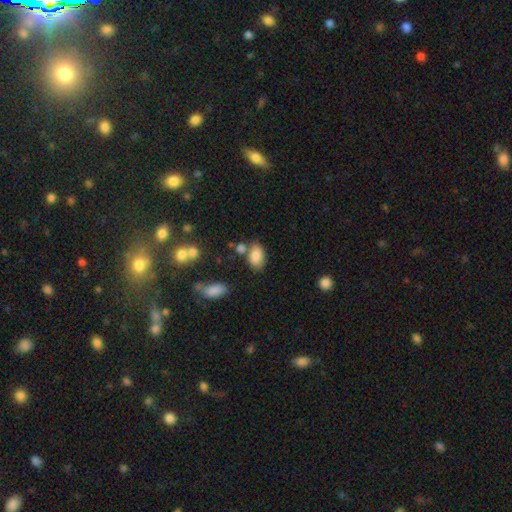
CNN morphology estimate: The model was most divided on "merging": none: 60%, minor disturbance: 18%, merger: 16%, major disturbance: 5%. More confident: how rounded — in between (90%); smooth or featured — smooth (83%).